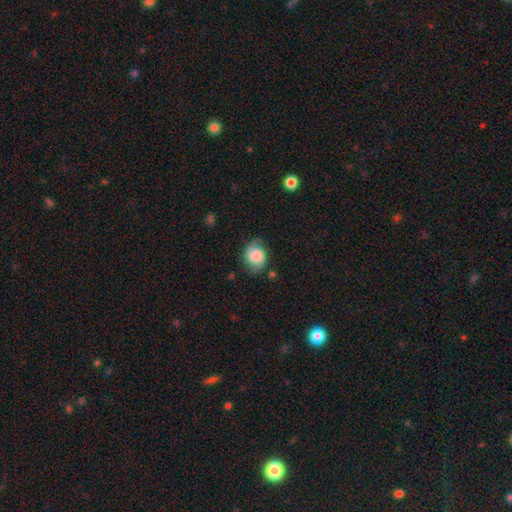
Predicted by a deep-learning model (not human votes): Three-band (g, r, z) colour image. It shows a smooth galaxy with no disk features (61%) that is round (51%). Merging: none (59%).